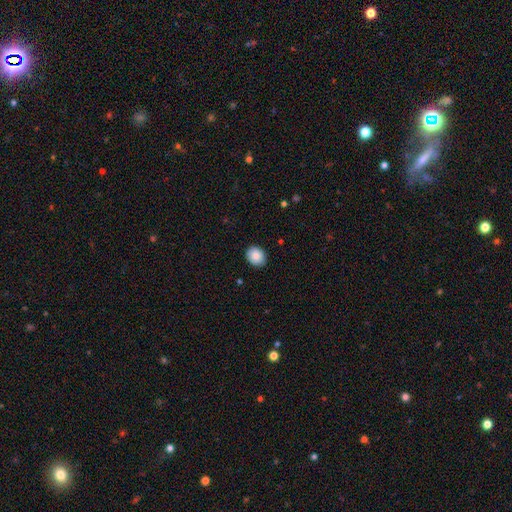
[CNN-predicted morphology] smooth 87%, star or artifact 8%, featured or disk 6%. Down the decision tree: how rounded — round (55%); merging — none (88%).